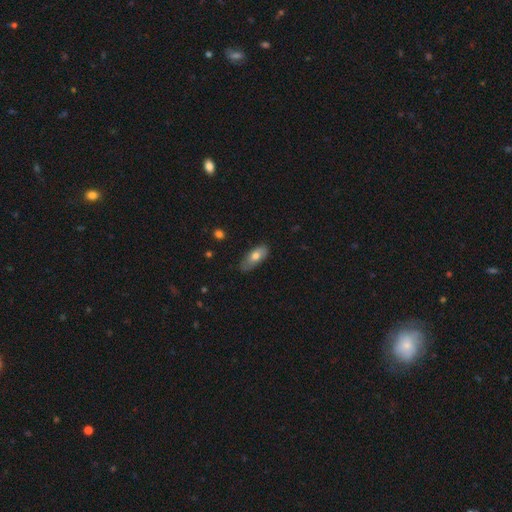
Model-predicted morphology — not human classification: smooth_or_featured: smooth (p=0.70) [alt: featured or disk p=0.24]
how_rounded: in between (p=0.83) [alt: cigar-shaped p=0.15]
merging: none (p=0.71) [alt: minor disturbance p=0.24]